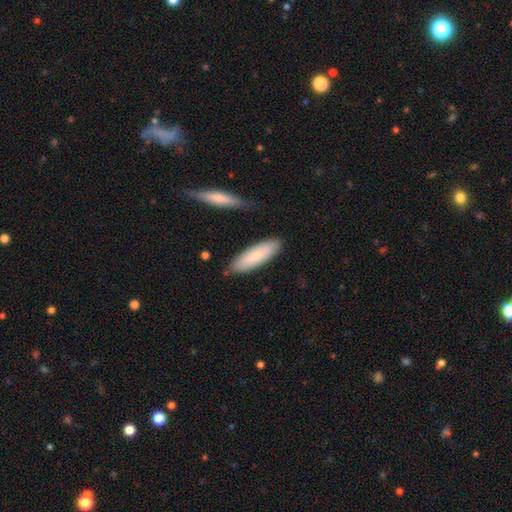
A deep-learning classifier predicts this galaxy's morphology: Overall: smooth (77%). How rounded: cigar-shaped (50%; in between 49%). Merging: none (80%).